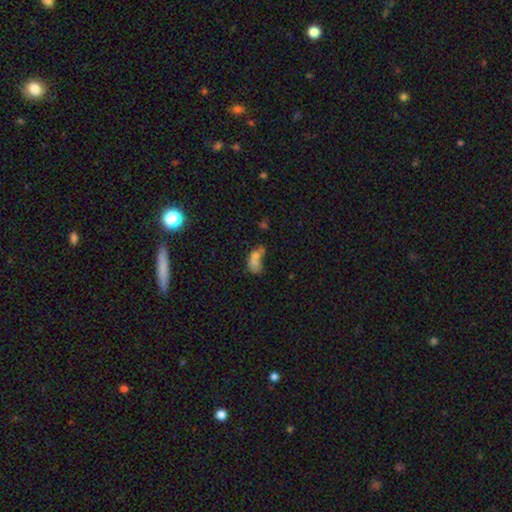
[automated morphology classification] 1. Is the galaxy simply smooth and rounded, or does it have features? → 61% smooth, 23% featured or disk, 15% star or artifact.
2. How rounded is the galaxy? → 79% in between, 17% round, 4% cigar-shaped.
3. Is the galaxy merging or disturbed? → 56% merger, 19% none, 13% major disturbance, 12% minor disturbance.